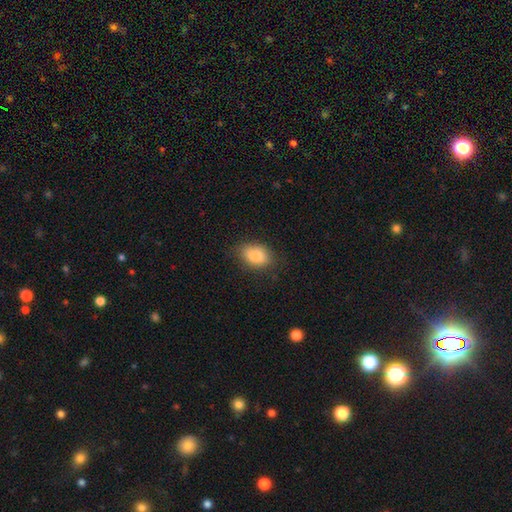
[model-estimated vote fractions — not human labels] This appears to be a smooth galaxy with no disk features (85%) that is in between round and cigar-shaped (82%). Merging: none (80%).